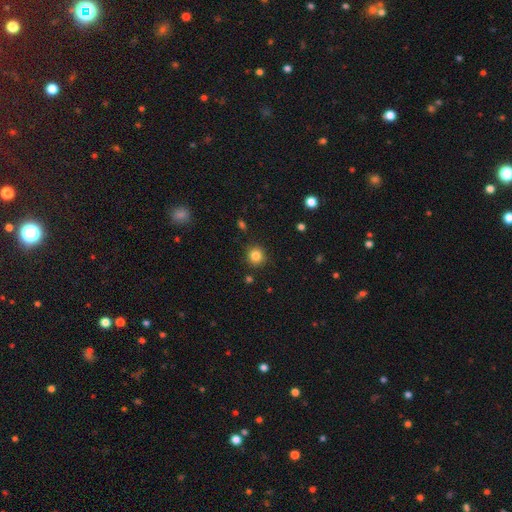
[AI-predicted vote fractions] smooth 83%, star or artifact 11%, featured or disk 5%. Down the decision tree: how rounded — round (91%); merging — none (87%).